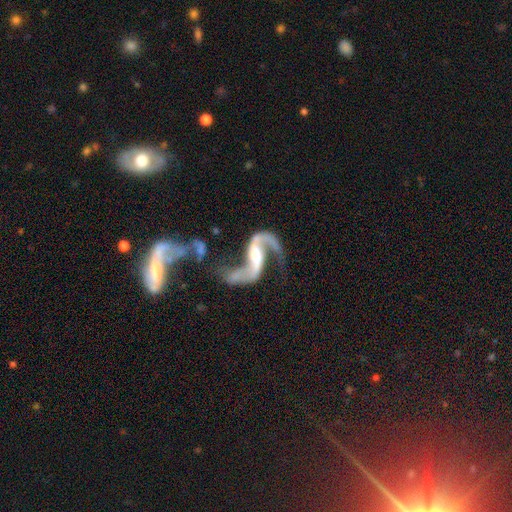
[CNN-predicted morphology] type=featured or disk (90%); edge-on=no (96%); bar=weak (39%); spiral arms=yes (95%); winding=loose (76%); arm count=2 (89%); bulge=moderate (43%); merging=none (40%).